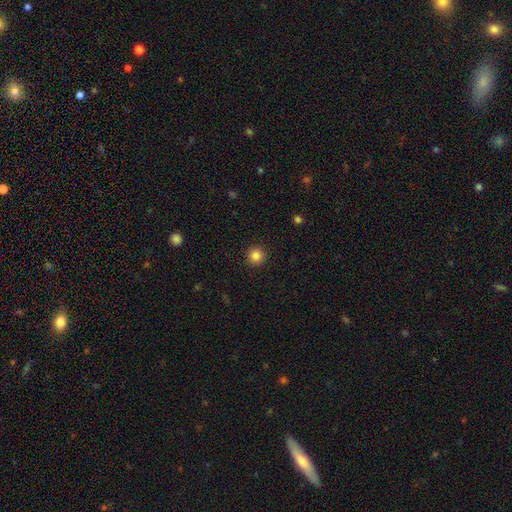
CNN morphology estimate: Smooth or featured: smooth — 85% (star or artifact — 11%)
How rounded: round — 95% (in between — 4%)
Merging: none — 93% (minor disturbance — 5%)